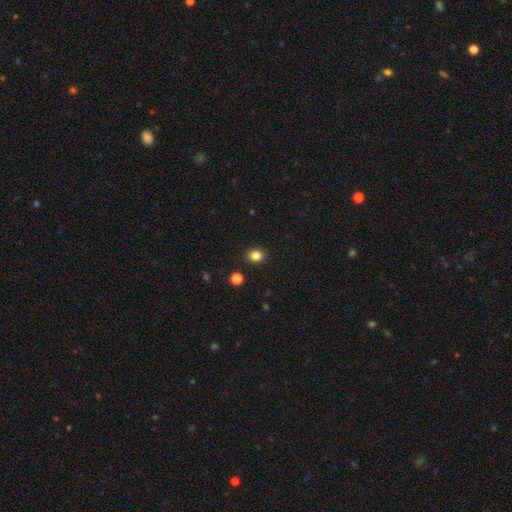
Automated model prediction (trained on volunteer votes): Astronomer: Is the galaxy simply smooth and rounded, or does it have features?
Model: smooth — 84%.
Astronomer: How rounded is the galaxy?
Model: round — 62% (runner-up: in between, 37%).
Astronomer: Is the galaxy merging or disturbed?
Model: none — 90%.